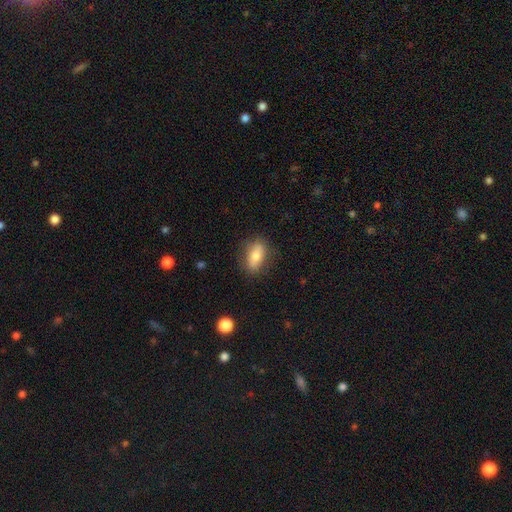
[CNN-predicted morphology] A smooth galaxy with no disk features (74%) that is in between round and cigar-shaped (84%). Merging: none (83%).